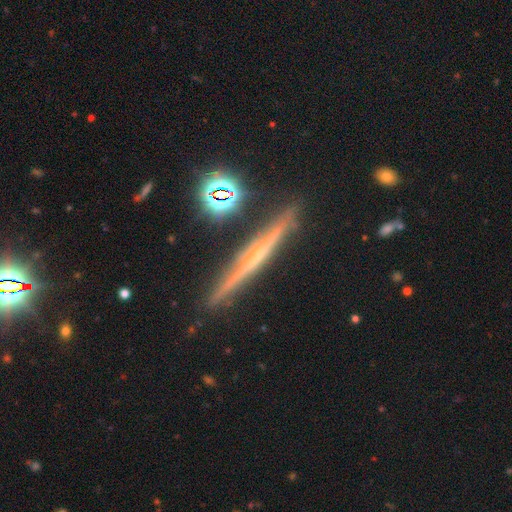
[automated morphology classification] A featured or disk galaxy (75%) viewed edge-on (97%) with no central bulge (47%, tied with rounded). Merging: none (87%).